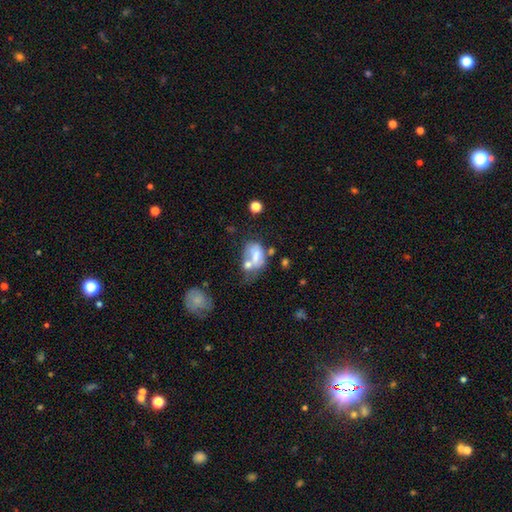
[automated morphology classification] Q: Smooth or featured?
A: smooth (54%); runner-up: featured or disk (36%)
Q: How rounded?
A: in between (78%); runner-up: round (20%)
Q: Merging?
A: merger (45%); runner-up: none (20%)